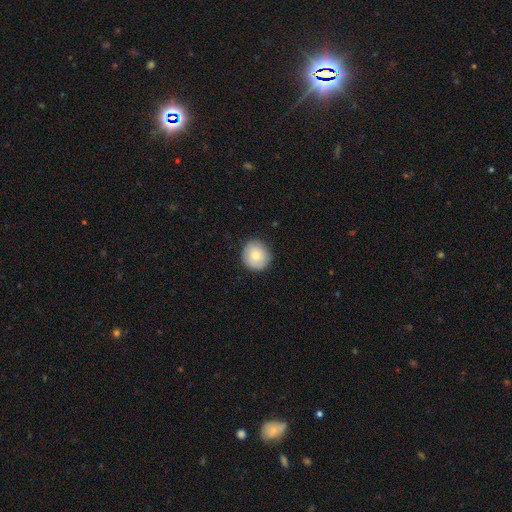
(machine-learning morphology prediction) Smooth or featured?
  - smooth: 80% *
  - featured or disk: 13%
  - star or artifact: 7%
How rounded?
  - round: 90% *
  - in between: 9%
  - cigar-shaped: 1%
Merging?
  - none: 87% *
  - minor disturbance: 10%
  - major disturbance: 2%
  - merger: 1%